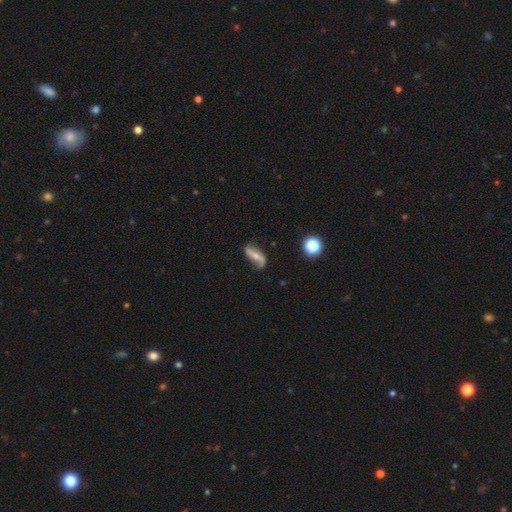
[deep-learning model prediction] Smooth or featured: featured or disk — 69% (smooth — 23%)
Edge-on disk: no — 90% (yes — 10%)
Bar: no — 42% (strong — 30%)
Spiral arms: yes — 88% (no — 12%)
Spiral winding: loose — 80% (medium — 14%)
Spiral arm count: 2 — 84% (1 — 9%)
Bulge size: small — 51% (moderate — 39%)
Merging: none — 64% (minor disturbance — 23%)